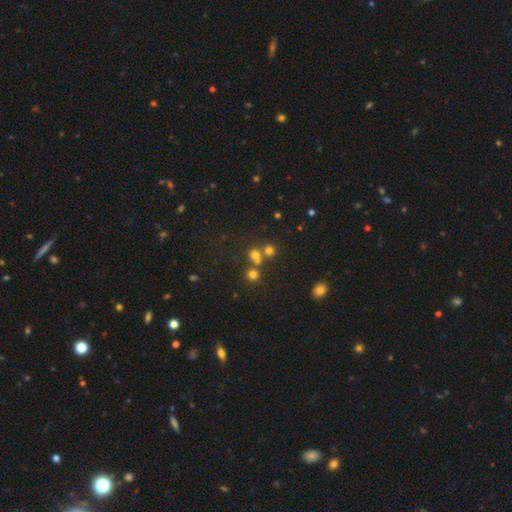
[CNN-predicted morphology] A smooth galaxy with no disk features (64%) that is round (86%).

Vote fractions:
- Smooth or featured? smooth: 64% / star or artifact: 24% / featured or disk: 12%
- How rounded? round: 86% / in between: 13% / cigar-shaped: 1%
- Merging? none: 56% / merger: 34% / minor disturbance: 7% / major disturbance: 3%